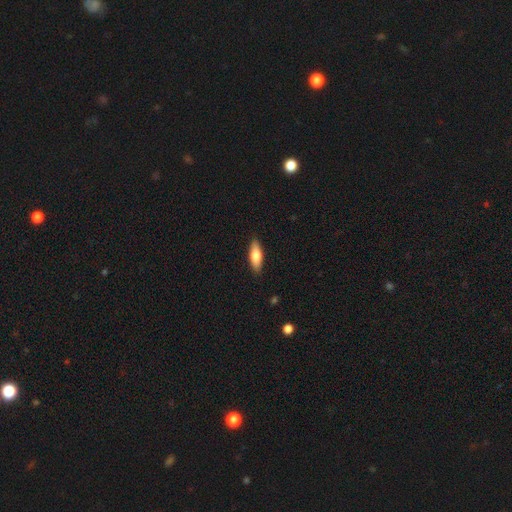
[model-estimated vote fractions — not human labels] This appears to be a smooth galaxy with no disk features (73%) that is in between round and cigar-shaped (59%). Merging: none (89%).